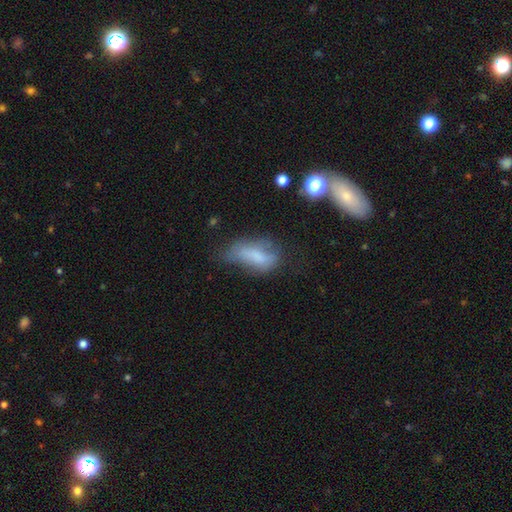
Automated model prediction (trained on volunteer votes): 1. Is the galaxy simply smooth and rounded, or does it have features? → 63% smooth, 26% featured or disk, 11% star or artifact.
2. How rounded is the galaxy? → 79% in between, 17% cigar-shaped, 4% round.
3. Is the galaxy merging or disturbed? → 34% minor disturbance, 33% none, 28% major disturbance, 6% merger.